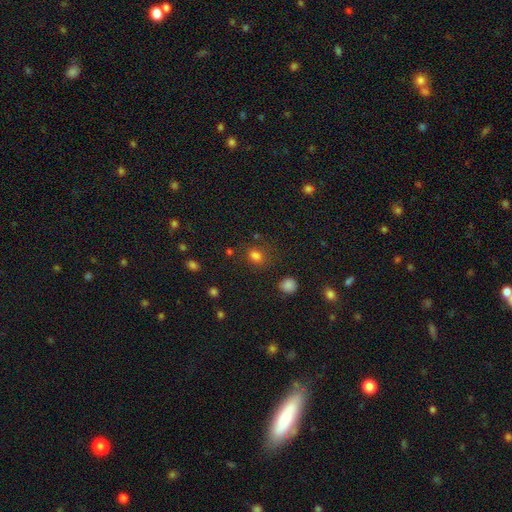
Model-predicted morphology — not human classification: smooth 77%, star or artifact 17%, featured or disk 6%. Down the decision tree: how rounded — round (53%); merging — none (72%).